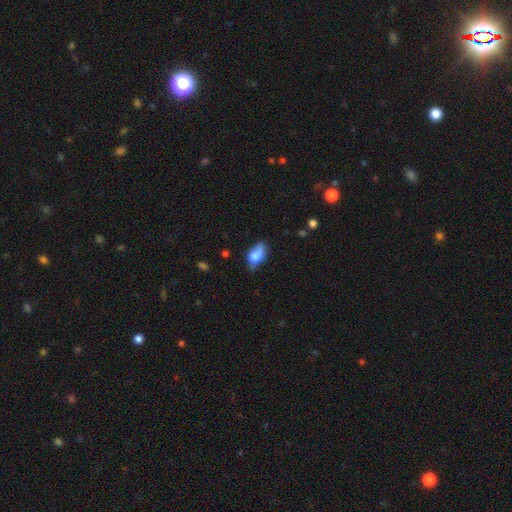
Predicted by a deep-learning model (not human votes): smooth-or-featured: smooth: 73% | featured or disk: 19% | star or artifact: 8%
  how-rounded: in between: 88% | round: 6% | cigar-shaped: 6%
  merging: none: 42% | minor disturbance: 39% | major disturbance: 14% | merger: 5%